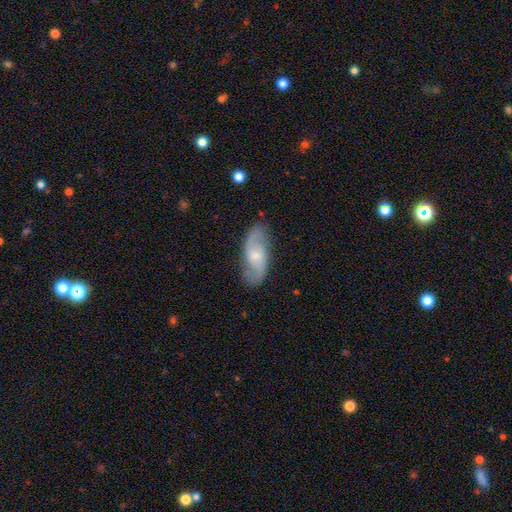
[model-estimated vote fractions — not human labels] This is likely a featured or disk galaxy (67%). It is clearly not viewed edge-on (92%). Bar: possibly no (48%). Spiral arm pattern: clearly yes (90%). Spiral arm count: clearly 2 (87%). Spiral winding: possibly loose (49%). Central bulge: possibly small (52%). Merging: likely none (80%).